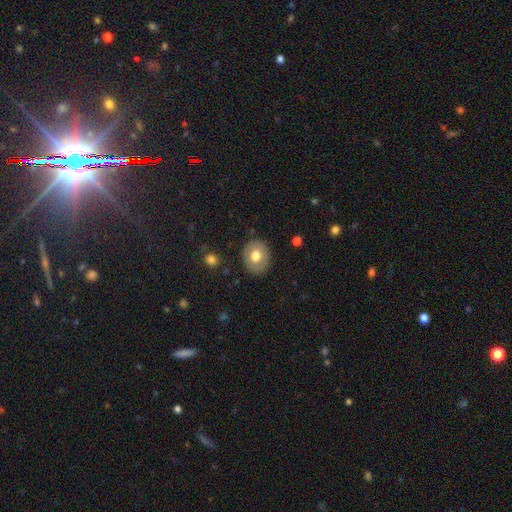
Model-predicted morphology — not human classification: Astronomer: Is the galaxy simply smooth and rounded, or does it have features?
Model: smooth — 64%.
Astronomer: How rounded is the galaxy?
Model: round — 59% (runner-up: in between, 40%).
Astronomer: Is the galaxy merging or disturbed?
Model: none — 85%.